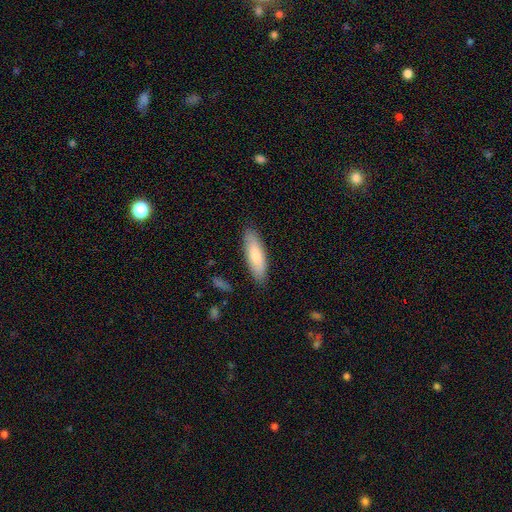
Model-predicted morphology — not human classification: This appears to be a smooth galaxy with no disk features (79%) that is in between round and cigar-shaped (51%). Merging: none (86%).